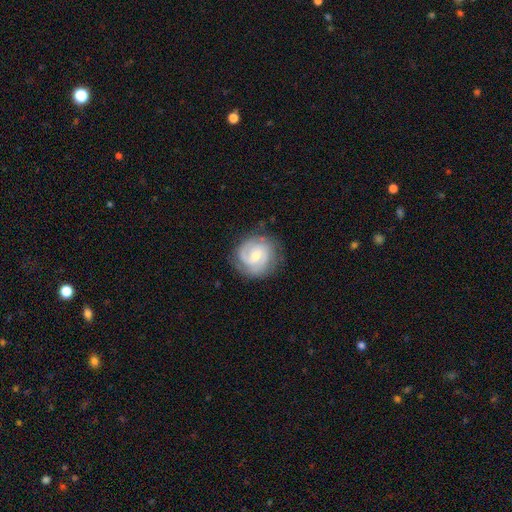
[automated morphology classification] Smooth or featured?
  - featured or disk: 82% *
  - smooth: 13%
  - star or artifact: 5%
Edge-on disk?
  - no: 98% *
  - yes: 2%
Bar?
  - no: 47% *
  - weak: 45%
  - strong: 8%
Spiral arms?
  - yes: 96% *
  - no: 4%
Spiral winding?
  - tight: 54% *
  - medium: 37%
  - loose: 9%
Spiral arm count?
  - 2: 57% *
  - 3: 17%
  - can't tell: 14%
  - 1: 6%
  - 4: 3%
  - more than 4: 3%
Bulge size?
  - small: 52% *
  - moderate: 44%
  - large: 2%
  - none: 1%
  - dominant: 1%
Merging?
  - none: 79% *
  - minor disturbance: 14%
  - major disturbance: 5%
  - merger: 1%